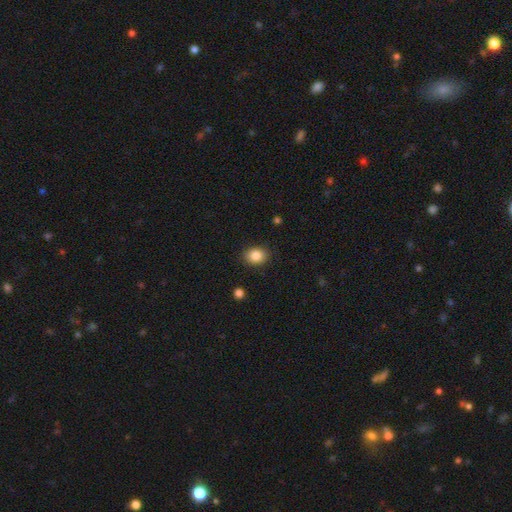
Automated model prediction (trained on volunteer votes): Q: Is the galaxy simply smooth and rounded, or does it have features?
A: smooth — 86%.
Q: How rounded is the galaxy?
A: round — 52%.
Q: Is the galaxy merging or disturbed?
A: none — 86%.